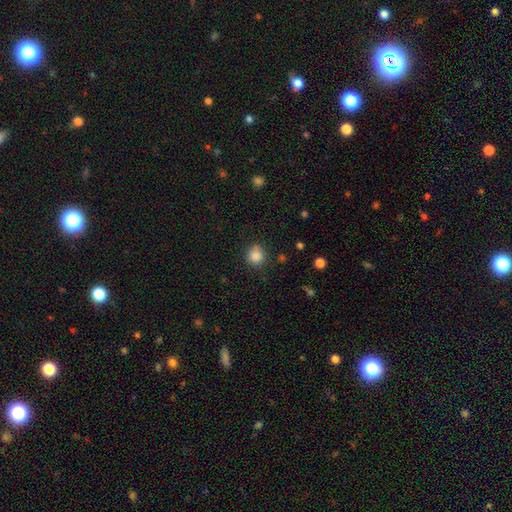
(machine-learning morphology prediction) A smooth galaxy with no disk features (85%) that is round (88%).

Vote fractions:
- Smooth or featured? smooth: 85% / star or artifact: 11% / featured or disk: 4%
- How rounded? round: 88% / in between: 11% / cigar-shaped: 1%
- Merging? none: 76% / minor disturbance: 15% / merger: 5% / major disturbance: 4%